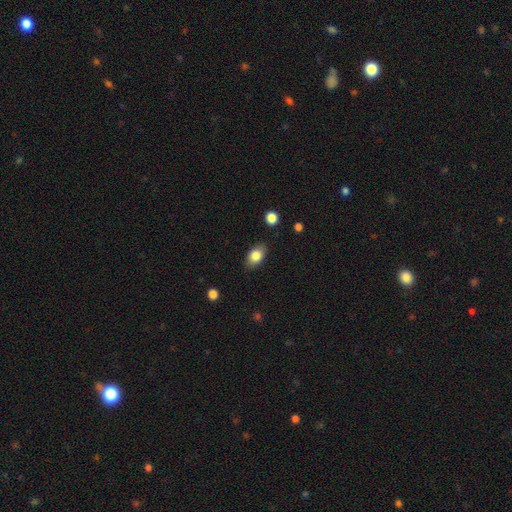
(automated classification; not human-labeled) Overall: smooth (81%). How rounded: in between (86%). Merging: none (84%).